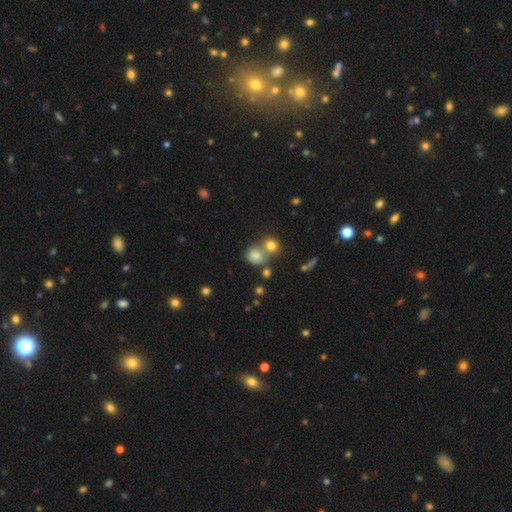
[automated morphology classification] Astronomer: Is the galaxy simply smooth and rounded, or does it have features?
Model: smooth — 77%.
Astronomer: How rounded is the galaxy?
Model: round — 68%.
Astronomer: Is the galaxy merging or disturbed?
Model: none — 44% (runner-up: merger, 42%).